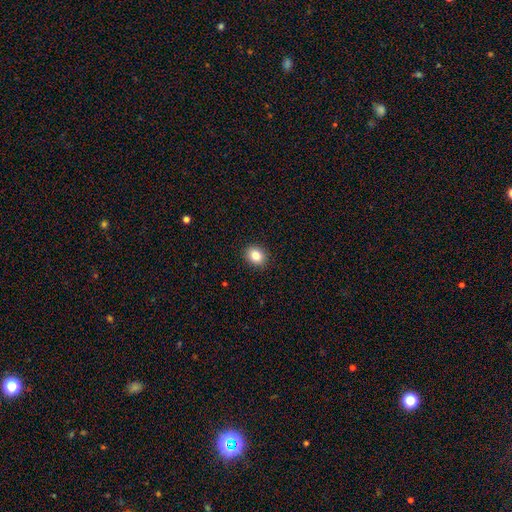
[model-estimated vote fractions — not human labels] Morphology: type=smooth (84%); roundness=round (58%); merging=none (91%).